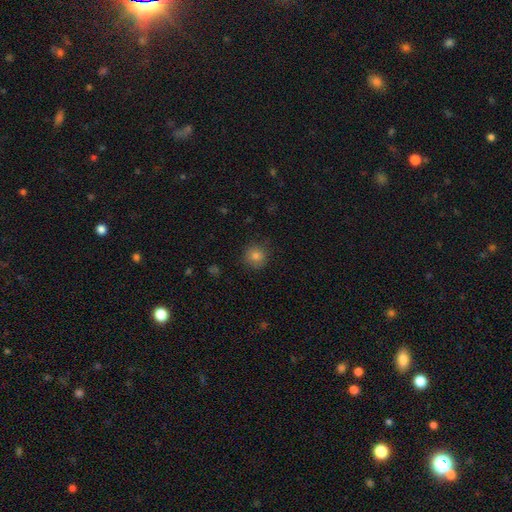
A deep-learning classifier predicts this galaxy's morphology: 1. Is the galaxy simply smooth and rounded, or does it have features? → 81% smooth, 13% star or artifact, 6% featured or disk.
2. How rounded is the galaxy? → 93% round, 6% in between, 1% cigar-shaped.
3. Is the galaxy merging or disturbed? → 88% none, 8% minor disturbance, 2% major disturbance, 1% merger.